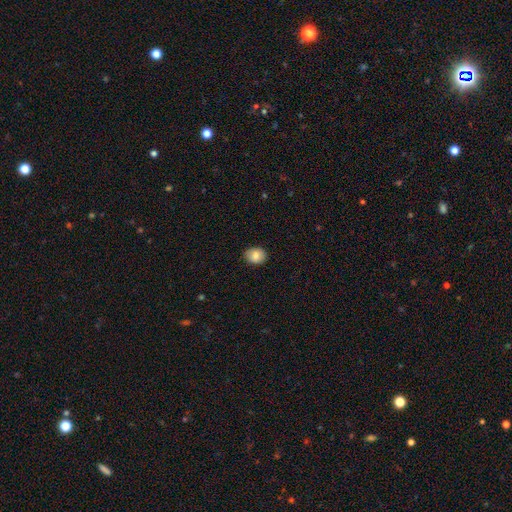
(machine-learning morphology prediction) This appears to be a smooth galaxy with no disk features (83%) that is round (57%). Merging: none (86%).